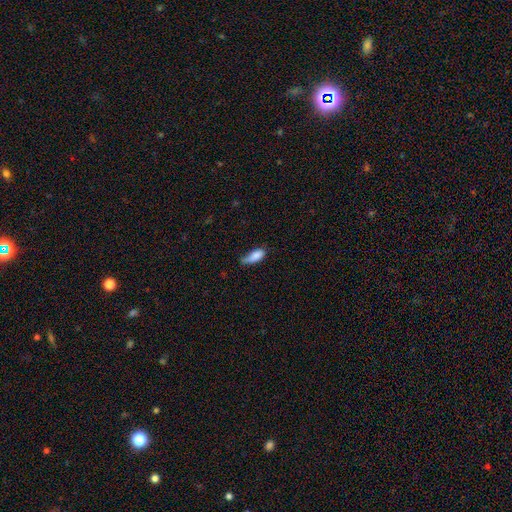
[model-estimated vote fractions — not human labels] Q: Smooth or featured?
A: smooth (81%); runner-up: featured or disk (11%)
Q: How rounded?
A: in between (79%); runner-up: cigar-shaped (18%)
Q: Merging?
A: minor disturbance (42%); runner-up: none (36%)